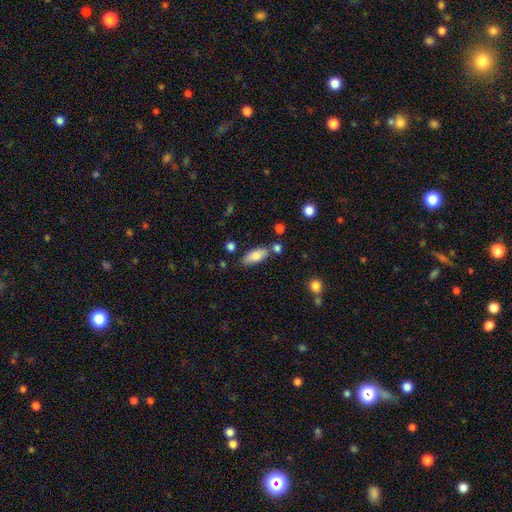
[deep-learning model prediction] smooth_or_featured: smooth (p=0.81) [alt: featured or disk p=0.13]
how_rounded: in between (p=0.81) [alt: cigar-shaped p=0.17]
merging: none (p=0.73) [alt: minor disturbance p=0.15]